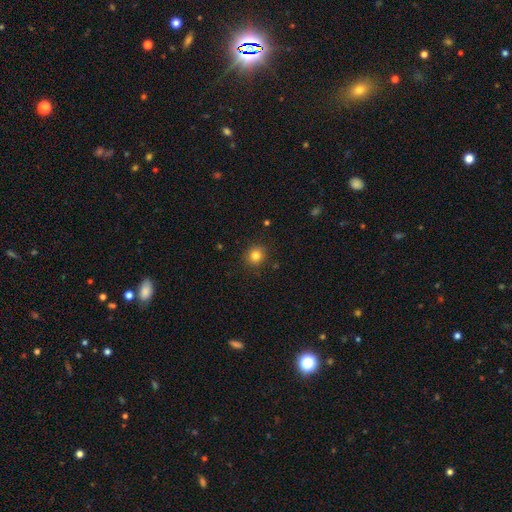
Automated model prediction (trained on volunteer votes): This is clearly a smooth galaxy (82%). How rounded: clearly round (90%). Merging: clearly none (90%).